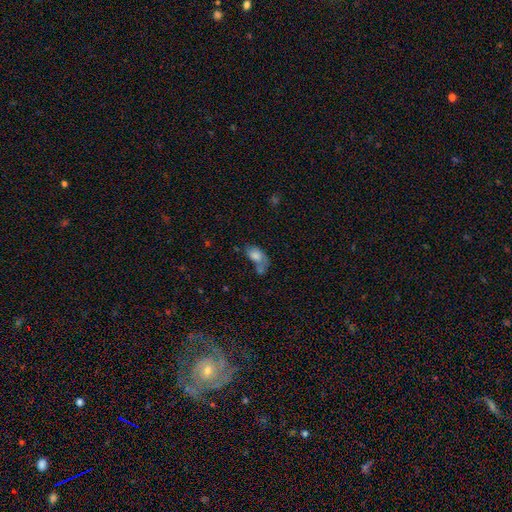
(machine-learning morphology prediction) smooth 71%, featured or disk 19%, star or artifact 10%. Down the decision tree: how rounded — in between (85%); merging — merger (36%).